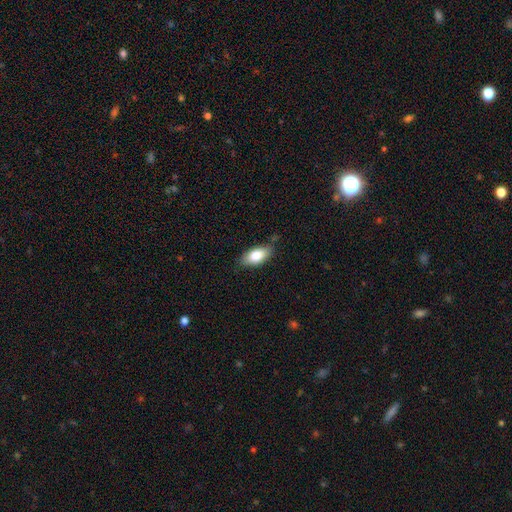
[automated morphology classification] Overall: smooth (81%). How rounded: in between (89%). Merging: none (80%).